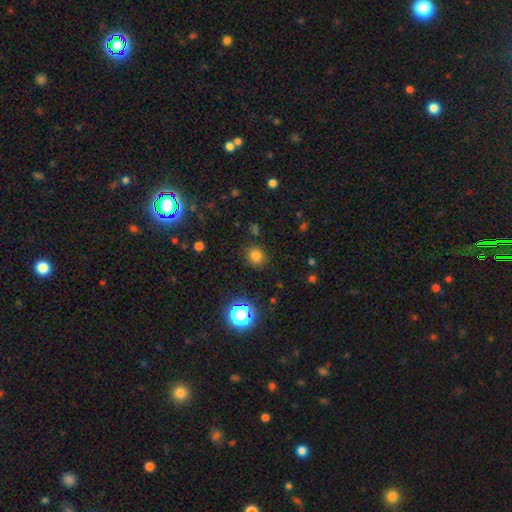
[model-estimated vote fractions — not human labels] Smooth or featured? smooth (78%)
How rounded? round (88%)
Merging? none (86%)